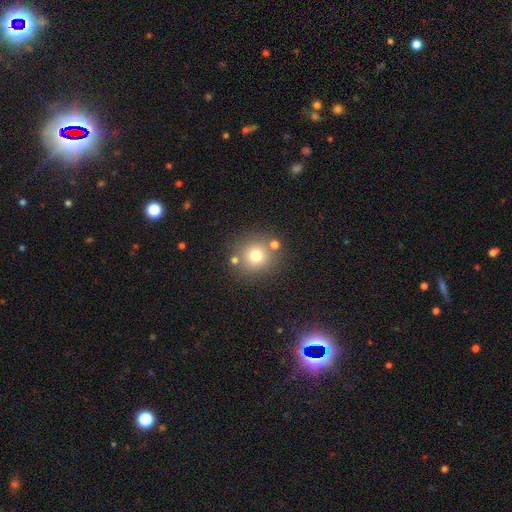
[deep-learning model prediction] A smooth galaxy with no disk features (74%) that is round (92%). Merging: none (78%).